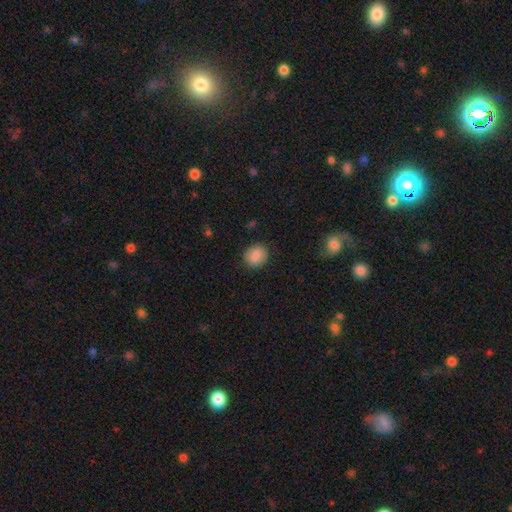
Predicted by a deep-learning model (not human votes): Overall: smooth (85%). How rounded: round (77%). Merging: none (86%).